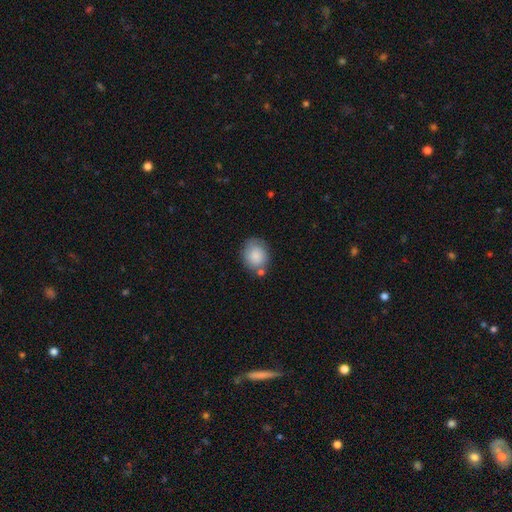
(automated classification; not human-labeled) Smooth or featured? Predicted: smooth (p=0.82). How rounded? Predicted: round (p=0.59). Merging? Predicted: none (p=0.62).